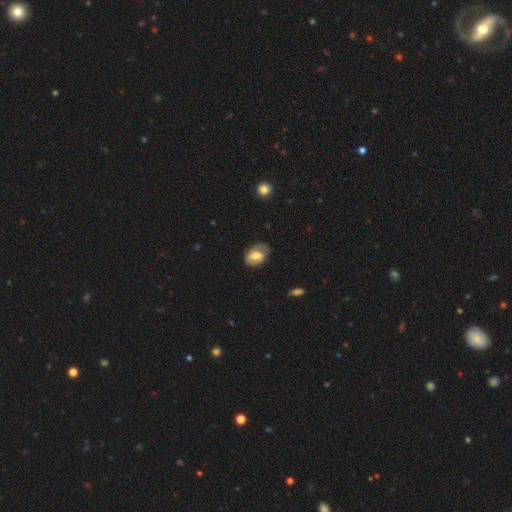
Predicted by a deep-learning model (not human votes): A featured or disk galaxy (52%).

Vote fractions:
- Smooth or featured? featured or disk: 52% / smooth: 42% / star or artifact: 6%
- Edge-on disk? no: 96% / yes: 4%
- Merging? none: 63% / minor disturbance: 26% / major disturbance: 9% / merger: 1%